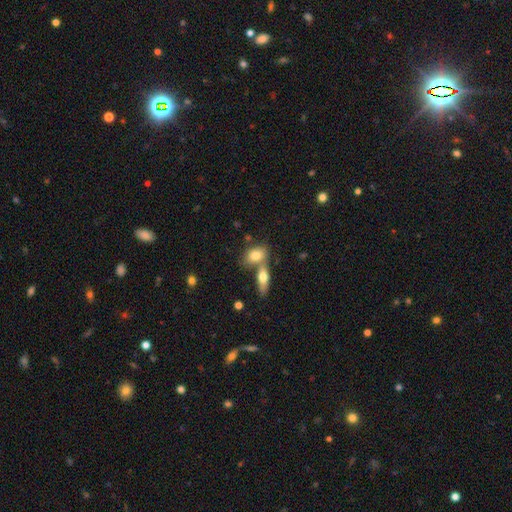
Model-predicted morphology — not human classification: smooth-or-featured: smooth: 78% | featured or disk: 16% | star or artifact: 6%
  how-rounded: in between: 82% | round: 11% | cigar-shaped: 7%
  merging: merger: 46% | none: 41% | minor disturbance: 9% | major disturbance: 3%